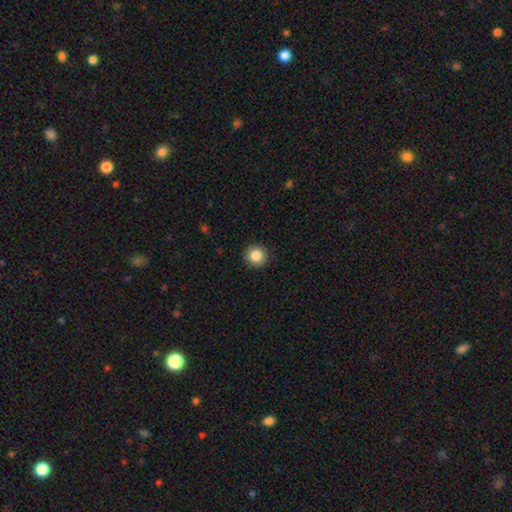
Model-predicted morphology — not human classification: Smooth or featured? Predicted: smooth (p=0.86). How rounded? Predicted: round (p=0.95). Merging? Predicted: none (p=0.93).